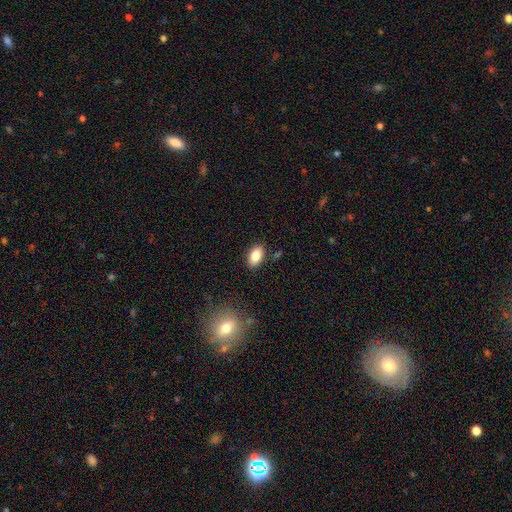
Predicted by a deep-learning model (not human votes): Smooth or featured? smooth (84%)
How rounded? in between (92%)
Merging? none (86%)